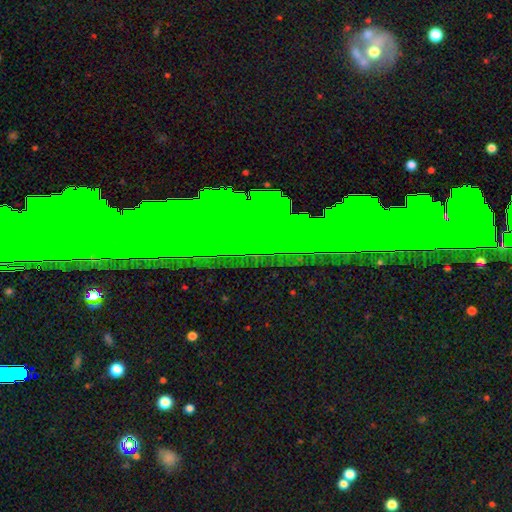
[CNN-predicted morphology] A star or artifact, not a galaxy (73%).